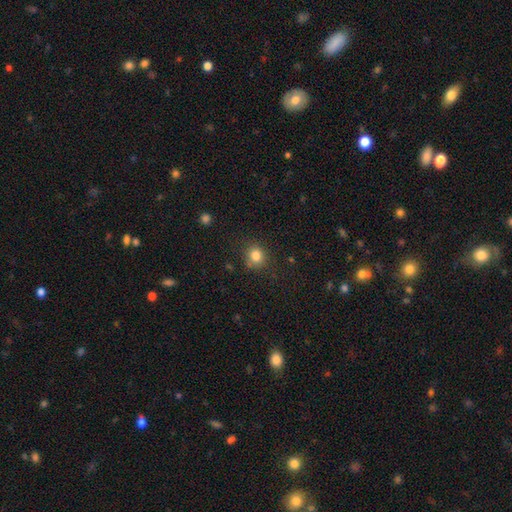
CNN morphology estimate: A smooth galaxy with no disk features (83%) that is round (81%). Merging: none (79%).